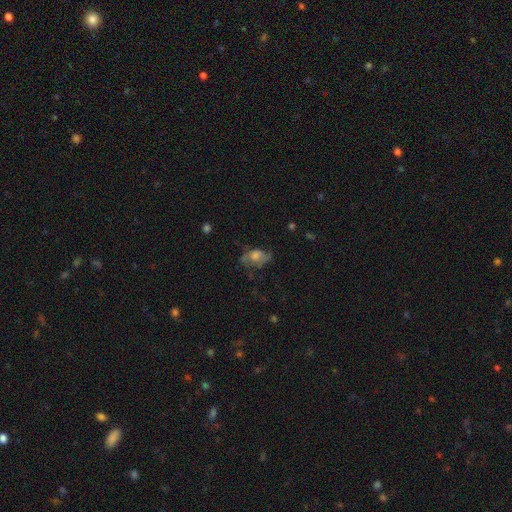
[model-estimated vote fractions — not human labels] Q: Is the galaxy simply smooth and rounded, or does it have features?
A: featured or disk — 47%.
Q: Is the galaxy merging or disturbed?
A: none — 52%.